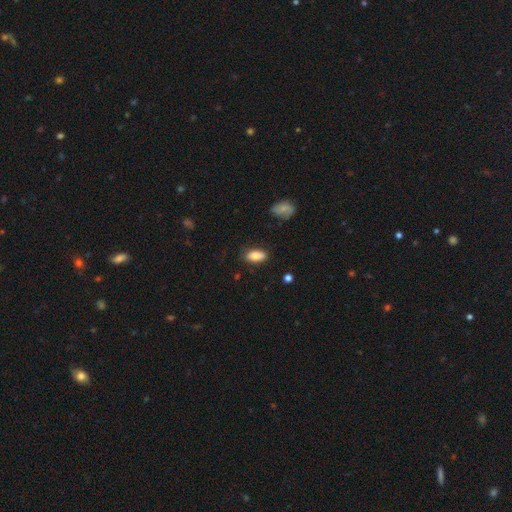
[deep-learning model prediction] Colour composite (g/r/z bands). It shows a smooth galaxy with no disk features (84%) that is in between round and cigar-shaped (89%). Merging: none (80%).